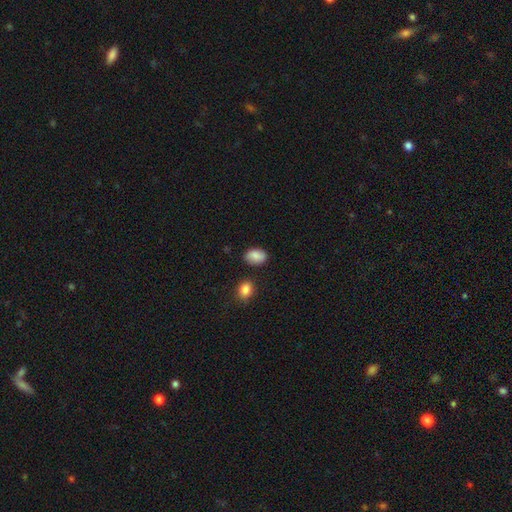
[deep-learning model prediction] Smooth or featured? Predicted: smooth (p=0.86). How rounded? Predicted: in between (p=0.83). Merging? Predicted: none (p=0.79).